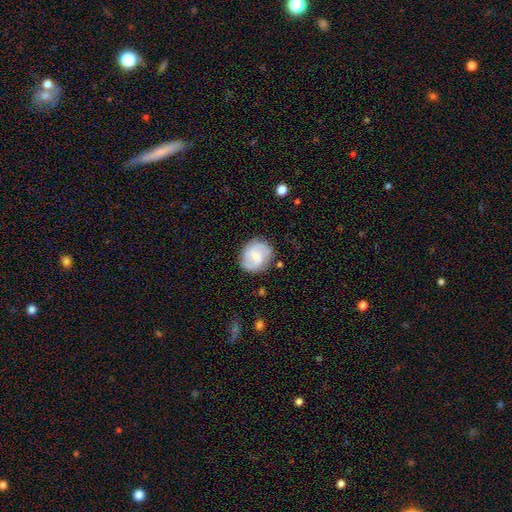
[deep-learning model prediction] Smooth or featured? Predicted: featured or disk (p=0.57). Edge-on disk? Predicted: no (p=0.97). Bar? Predicted: weak (p=0.50). Spiral arms? Predicted: yes (p=0.84). Bulge size? Predicted: small (p=0.57). Merging? Predicted: none (p=0.77).